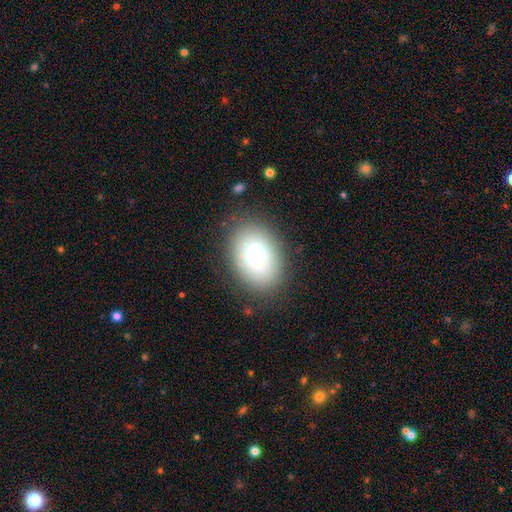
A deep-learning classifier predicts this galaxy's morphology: Smooth or featured? smooth (67%)
How rounded? in between (79%)
Merging? none (80%)